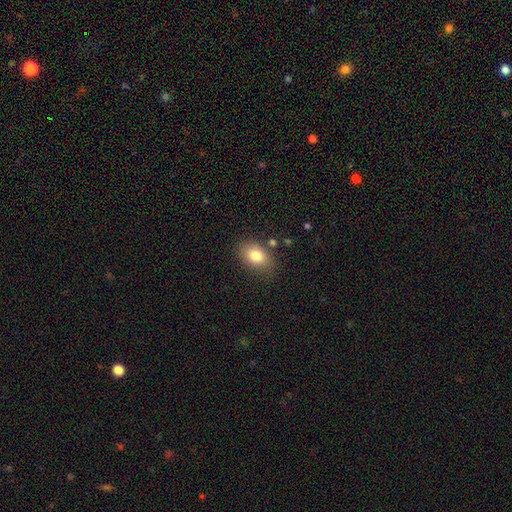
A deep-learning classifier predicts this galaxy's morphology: A smooth galaxy with no disk features (80%) that is in between round and cigar-shaped (79%). Merging: none (77%).